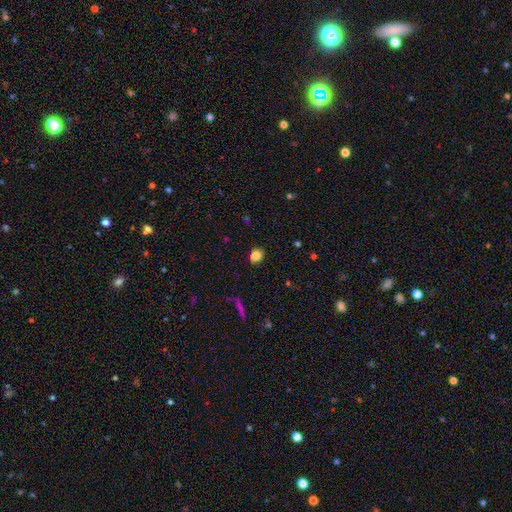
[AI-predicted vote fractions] smooth_or_featured: smooth (p=0.84) [alt: star or artifact p=0.10]
how_rounded: round (p=0.59) [alt: in between p=0.40]
merging: none (p=0.89) [alt: minor disturbance p=0.08]